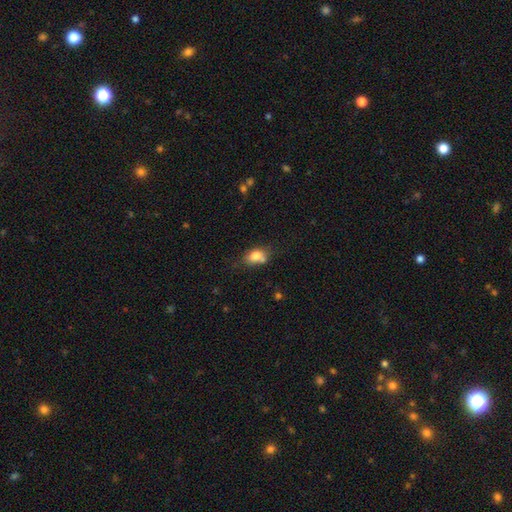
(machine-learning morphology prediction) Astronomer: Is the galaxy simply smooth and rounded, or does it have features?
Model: smooth — 78%.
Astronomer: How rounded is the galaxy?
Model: in between — 73%.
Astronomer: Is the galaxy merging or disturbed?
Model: none — 48% (runner-up: merger, 24%).